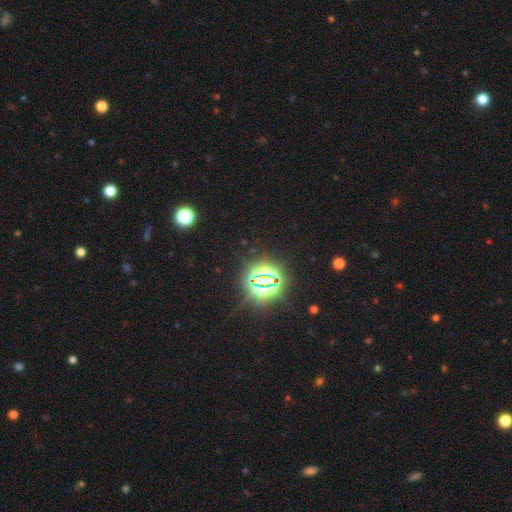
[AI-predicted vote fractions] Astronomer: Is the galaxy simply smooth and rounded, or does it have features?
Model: star or artifact — 84%.